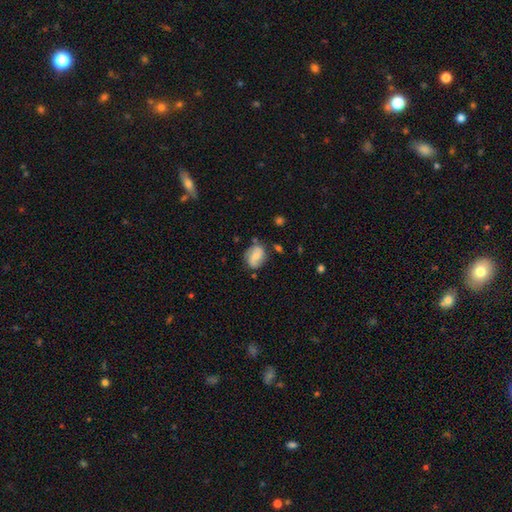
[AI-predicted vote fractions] smooth-or-featured: featured or disk: 53% | smooth: 39% | star or artifact: 8%
  disk-edge-on: no: 97% | yes: 3%
    bar: no: 47% | weak: 41% | strong: 13%
    has-spiral-arms: yes: 87% | no: 13%
    bulge-size: small: 48% | moderate: 38% | none: 9% | large: 3% | dominant: 1%
  merging: none: 70% | minor disturbance: 21% | major disturbance: 6% | merger: 4%